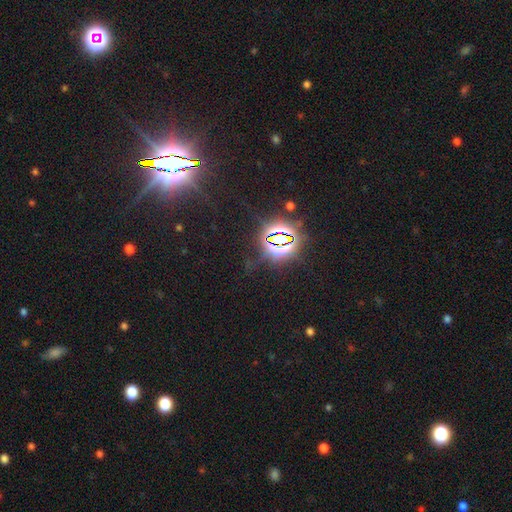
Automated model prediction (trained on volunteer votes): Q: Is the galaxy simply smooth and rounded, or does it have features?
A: star or artifact — 85%.